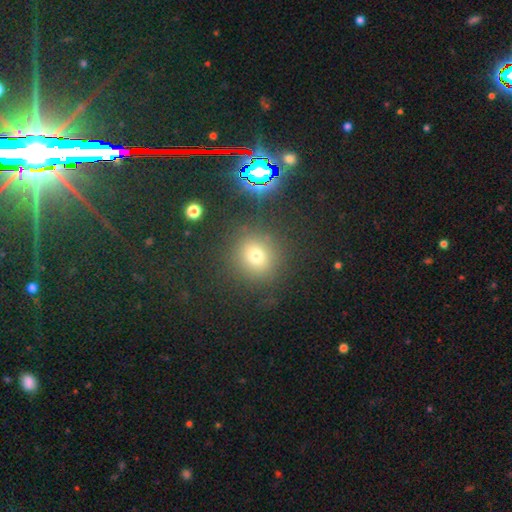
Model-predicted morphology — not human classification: Smooth or featured?
  - smooth: 69% *
  - star or artifact: 22%
  - featured or disk: 9%
How rounded?
  - round: 88% *
  - in between: 11%
  - cigar-shaped: 1%
Merging?
  - none: 85% *
  - minor disturbance: 9%
  - major disturbance: 4%
  - merger: 3%